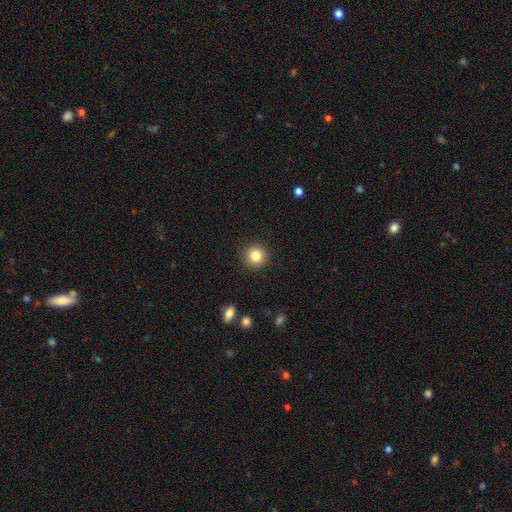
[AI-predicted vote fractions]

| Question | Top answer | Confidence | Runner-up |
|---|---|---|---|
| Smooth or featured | smooth | 83% | star or artifact (10%) |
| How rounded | round | 94% | in between (5%) |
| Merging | none | 91% | minor disturbance (6%) |